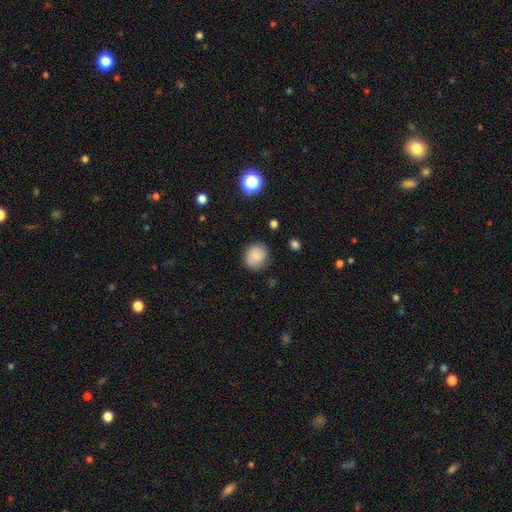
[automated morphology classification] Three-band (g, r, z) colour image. It shows a smooth galaxy with no disk features (66%) that is round (73%). Merging: none (75%).